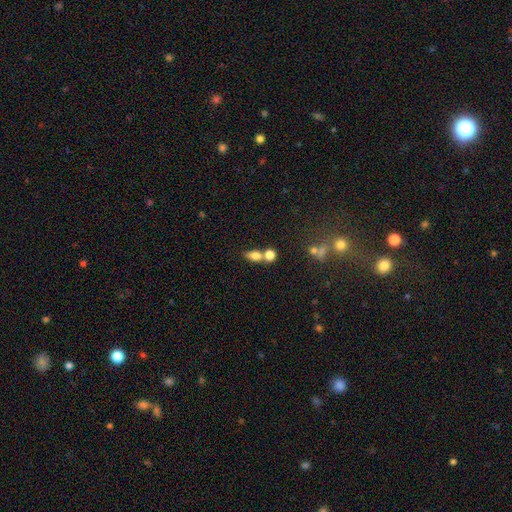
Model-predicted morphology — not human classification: Smooth or featured? smooth (74%)
How rounded? in between (65%)
Merging? merger (42%, tied with none)